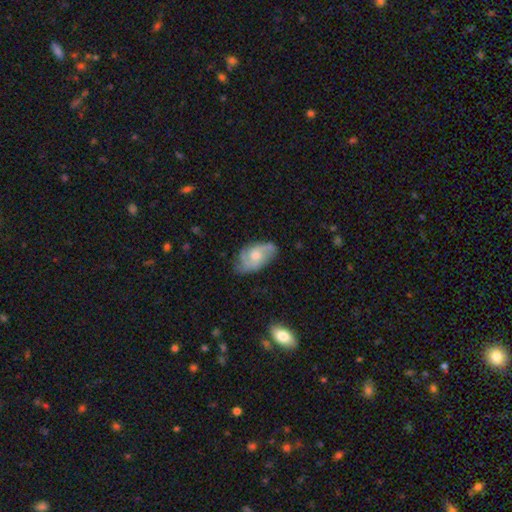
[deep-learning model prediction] Q: Smooth or featured?
A: featured or disk (66%); runner-up: smooth (27%)
Q: Edge-on disk?
A: no (95%); runner-up: yes (5%)
Q: Bar?
A: no (72%); runner-up: weak (25%)
Q: Spiral arms?
A: yes (88%); runner-up: no (12%)
Q: Spiral winding?
A: medium (46%); runner-up: tight (32%)
Q: Spiral arm count?
A: 2 (36%); runner-up: can't tell (25%)
Q: Bulge size?
A: moderate (58%); runner-up: small (30%)
Q: Merging?
A: none (63%); runner-up: minor disturbance (26%)